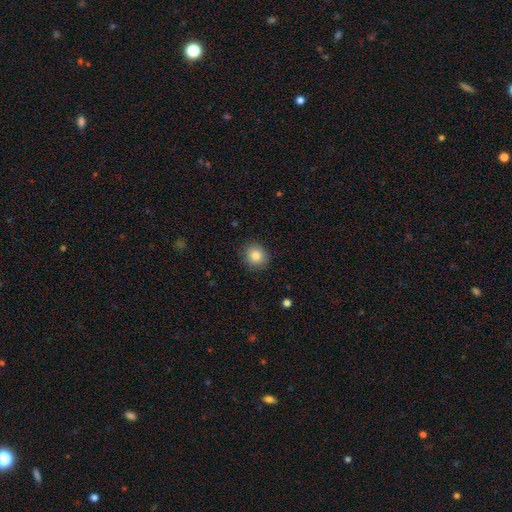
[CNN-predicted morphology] smooth 84%, star or artifact 10%, featured or disk 7%. Down the decision tree: how rounded — round (80%); merging — none (89%).